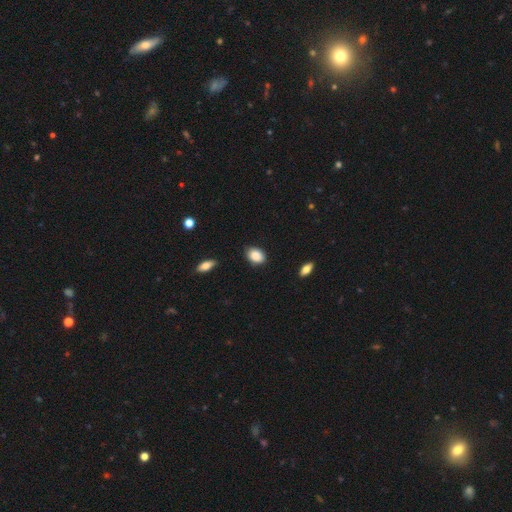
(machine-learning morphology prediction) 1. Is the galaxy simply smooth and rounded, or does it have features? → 88% smooth, 7% star or artifact, 4% featured or disk.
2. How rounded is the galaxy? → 81% in between, 18% round, 1% cigar-shaped.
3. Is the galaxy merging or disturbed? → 82% none, 14% minor disturbance, 2% major disturbance, 1% merger.